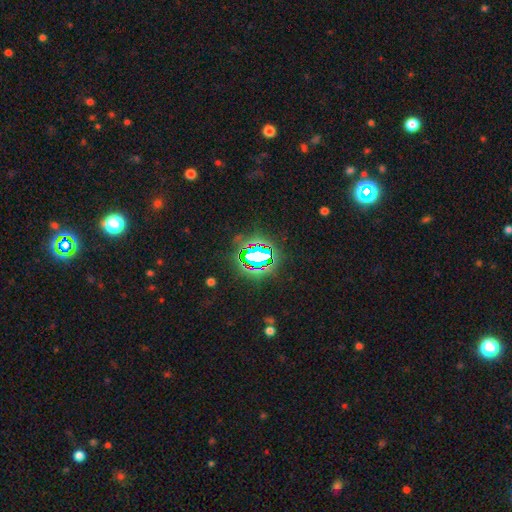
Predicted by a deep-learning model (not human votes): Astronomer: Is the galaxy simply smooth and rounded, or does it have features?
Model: star or artifact — 82%.